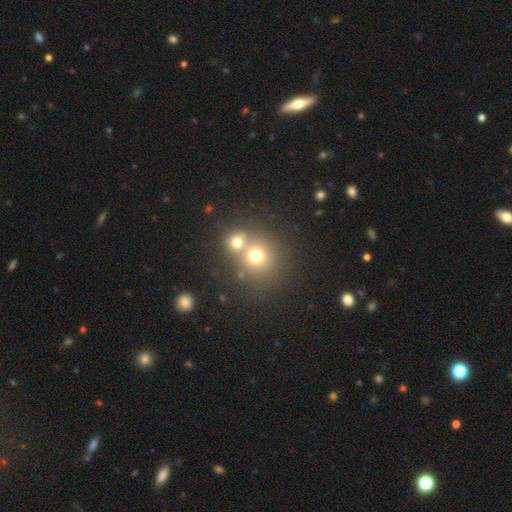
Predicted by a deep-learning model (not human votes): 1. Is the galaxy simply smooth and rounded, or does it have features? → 69% smooth, 17% star or artifact, 14% featured or disk.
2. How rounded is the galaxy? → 84% round, 15% in between, 1% cigar-shaped.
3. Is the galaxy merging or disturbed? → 49% merger, 42% none, 6% minor disturbance, 3% major disturbance.